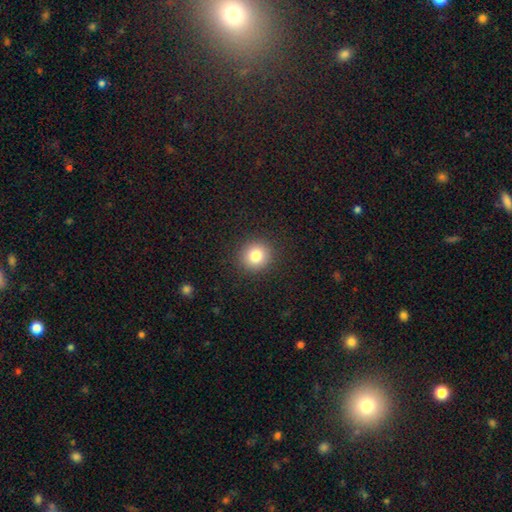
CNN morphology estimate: This appears to be a smooth galaxy with no disk features (81%) that is round (90%). Merging: none (91%).